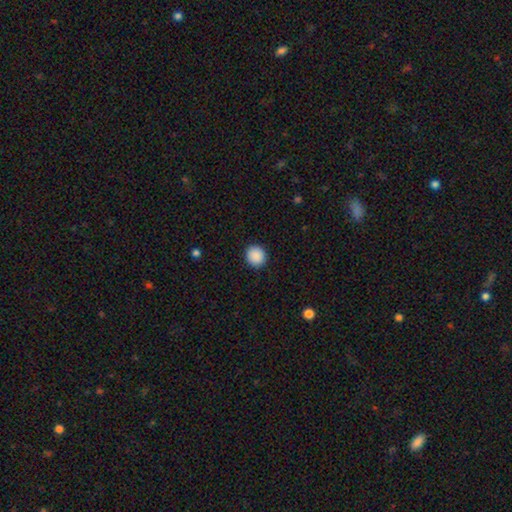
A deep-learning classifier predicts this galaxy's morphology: smooth-or-featured: smooth: 90% | star or artifact: 8% | featured or disk: 2%
  how-rounded: round: 91% | in between: 8% | cigar-shaped: 1%
  merging: none: 92% | minor disturbance: 5% | major disturbance: 2% | merger: 1%